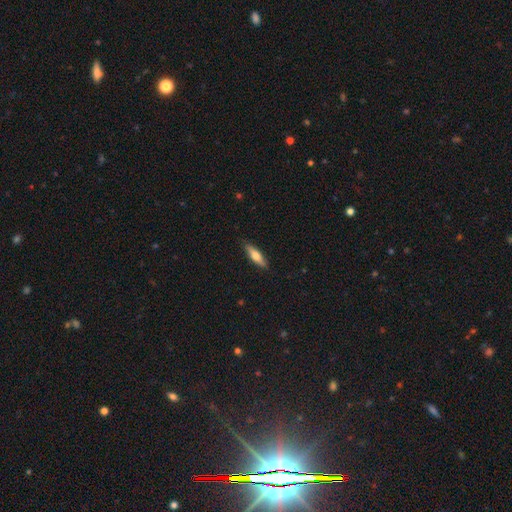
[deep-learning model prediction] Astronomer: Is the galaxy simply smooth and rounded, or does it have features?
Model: smooth — 58% (runner-up: featured or disk, 37%).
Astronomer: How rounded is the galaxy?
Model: cigar-shaped — 61% (runner-up: in between, 37%).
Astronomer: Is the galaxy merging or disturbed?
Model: none — 87%.